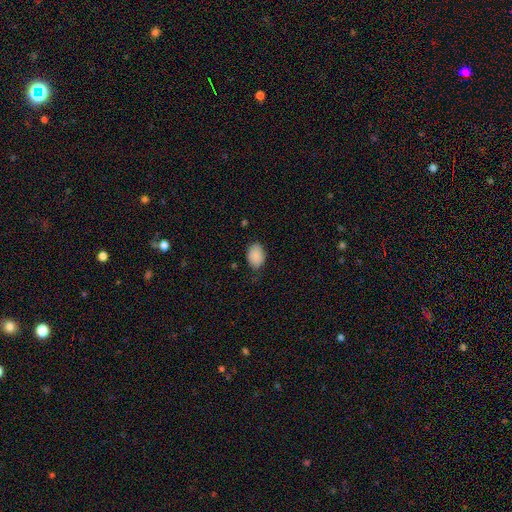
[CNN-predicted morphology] This appears to be a smooth galaxy with no disk features (88%) that is in between round and cigar-shaped (81%). Merging: none (73%).